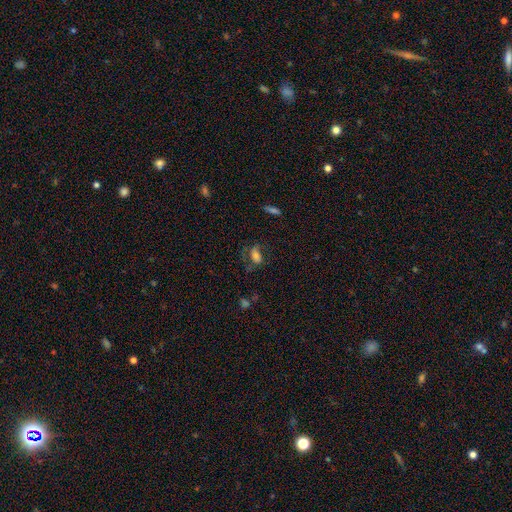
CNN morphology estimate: A smooth galaxy with no disk features (58%) that is in between round and cigar-shaped (84%). Merging: none (46%).